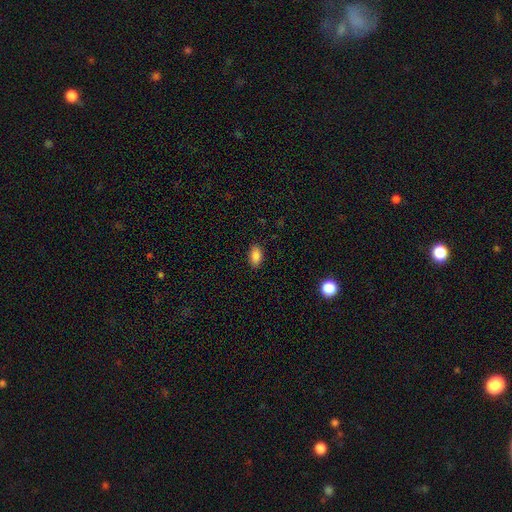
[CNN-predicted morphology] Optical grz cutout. It shows a smooth galaxy with no disk features (87%) that is in between round and cigar-shaped (92%). Merging: none (88%).